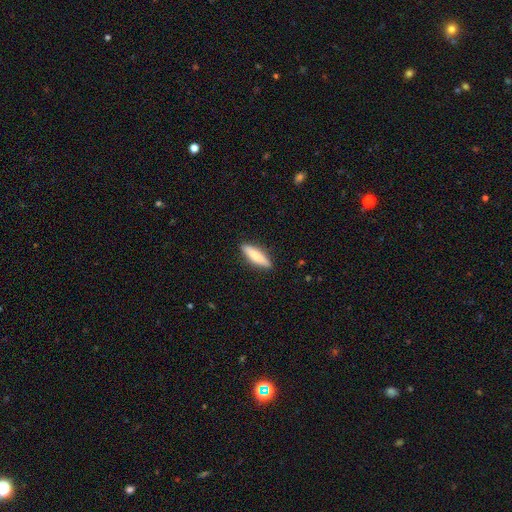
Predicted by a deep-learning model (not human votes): Smooth or featured? Predicted: smooth (p=0.77). How rounded? Predicted: cigar-shaped (p=0.71). Merging? Predicted: none (p=0.89).